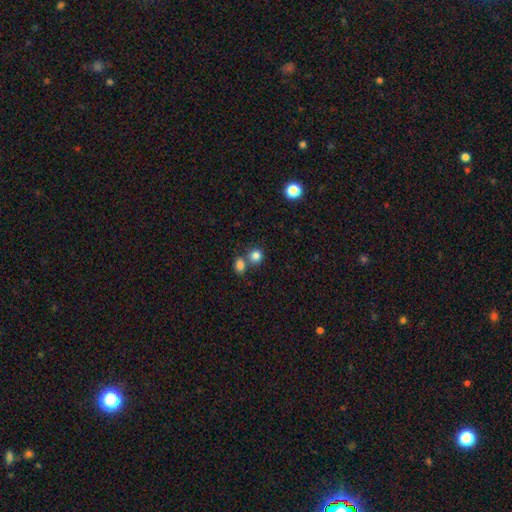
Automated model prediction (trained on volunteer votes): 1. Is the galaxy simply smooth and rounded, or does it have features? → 83% smooth, 12% star or artifact, 6% featured or disk.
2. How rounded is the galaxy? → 83% round, 16% in between, 1% cigar-shaped.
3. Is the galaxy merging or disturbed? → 57% none, 32% merger, 8% minor disturbance, 3% major disturbance.